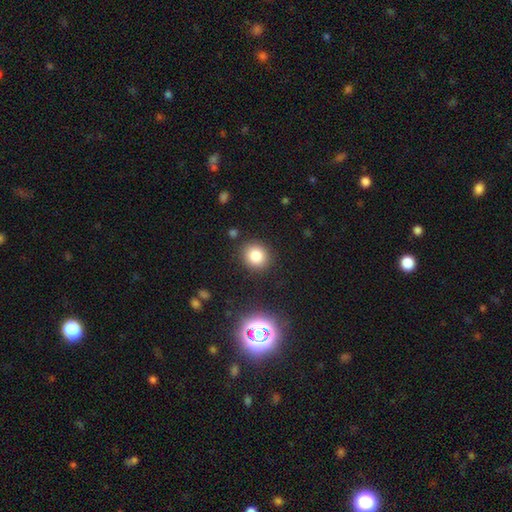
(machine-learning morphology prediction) This appears to be a smooth galaxy with no disk features (81%) that is round (81%). Merging: none (88%).